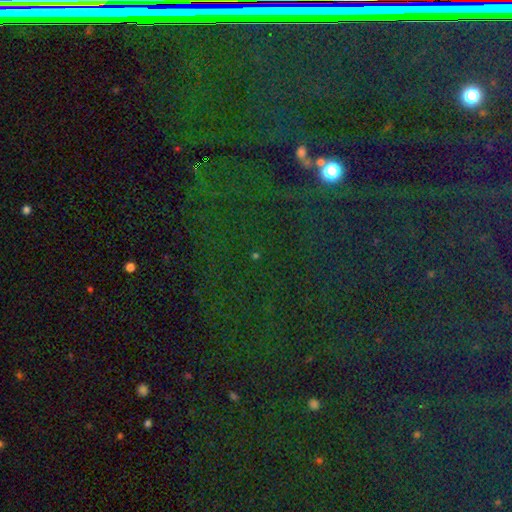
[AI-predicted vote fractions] The model was most divided on "smooth or featured": star or artifact: 73%, smooth: 18%, featured or disk: 9%.